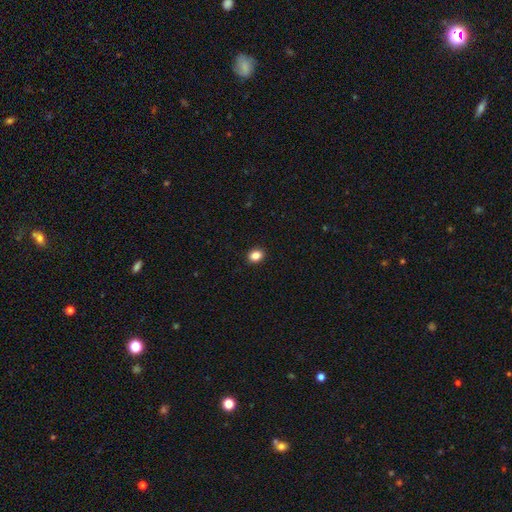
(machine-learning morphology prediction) The model was most divided on "how rounded": round: 55%, in between: 44%, cigar-shaped: 1%. More confident: merging — none (92%); smooth or featured — smooth (86%).